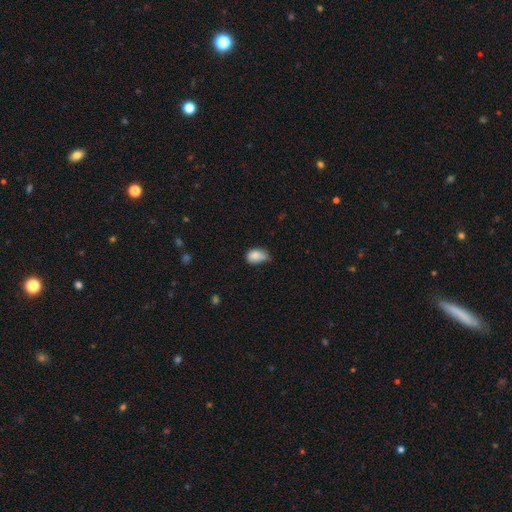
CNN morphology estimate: Q: Smooth or featured?
A: smooth (85%); runner-up: star or artifact (9%)
Q: How rounded?
A: in between (84%); runner-up: round (14%)
Q: Merging?
A: minor disturbance (48%); runner-up: none (37%)